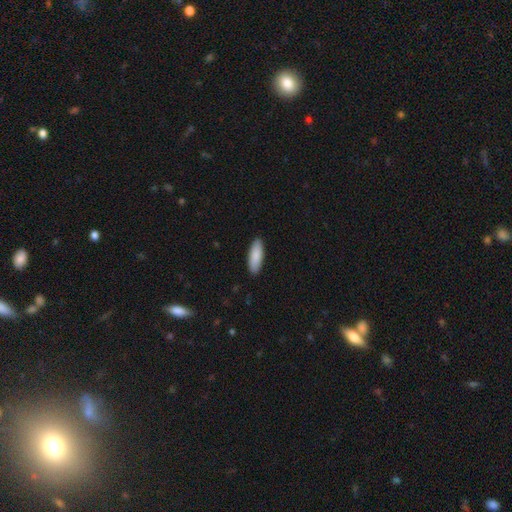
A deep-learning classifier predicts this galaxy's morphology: Overall: smooth (88%). How rounded: in between (63%; cigar-shaped 35%). Merging: none (90%).